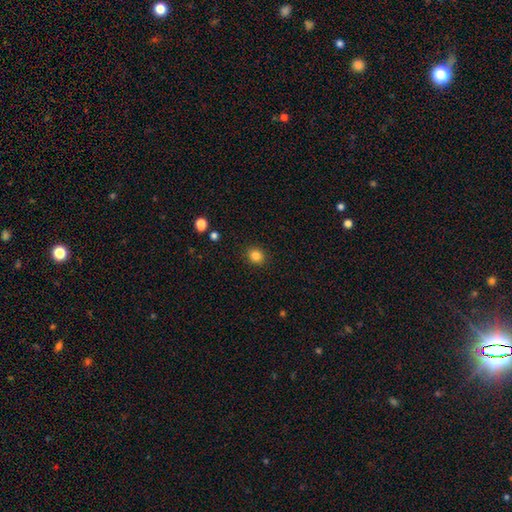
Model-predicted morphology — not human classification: type=smooth (84%); roundness=round (72%); merging=none (90%).